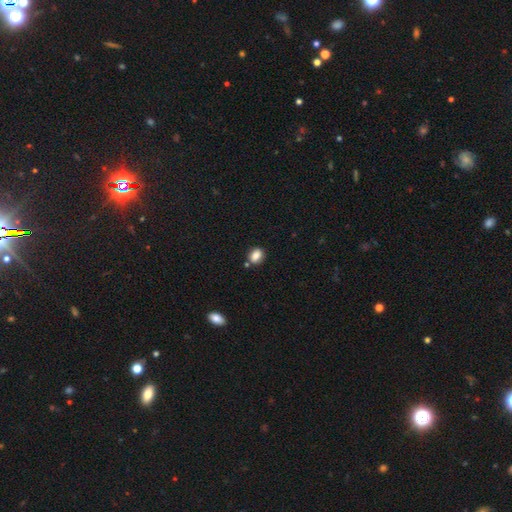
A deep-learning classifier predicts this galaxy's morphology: Smooth or featured?
  - smooth: 83% *
  - star or artifact: 10%
  - featured or disk: 8%
How rounded?
  - in between: 56% *
  - round: 43%
  - cigar-shaped: 1%
Merging?
  - none: 74% *
  - minor disturbance: 13%
  - merger: 10%
  - major disturbance: 3%